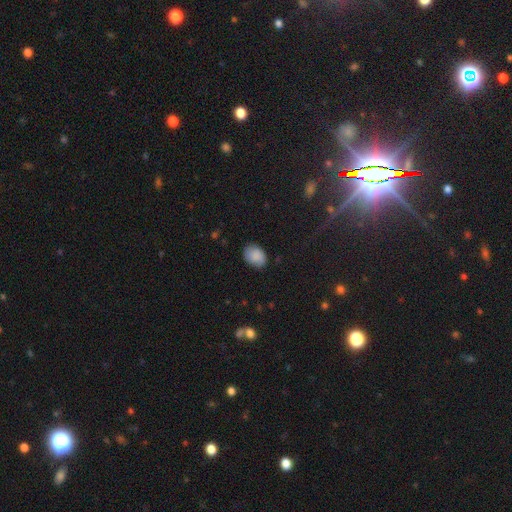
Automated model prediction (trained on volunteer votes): Smooth or featured? Predicted: smooth (p=0.84). How rounded? Predicted: in between (p=0.72). Merging? Predicted: none (p=0.78).